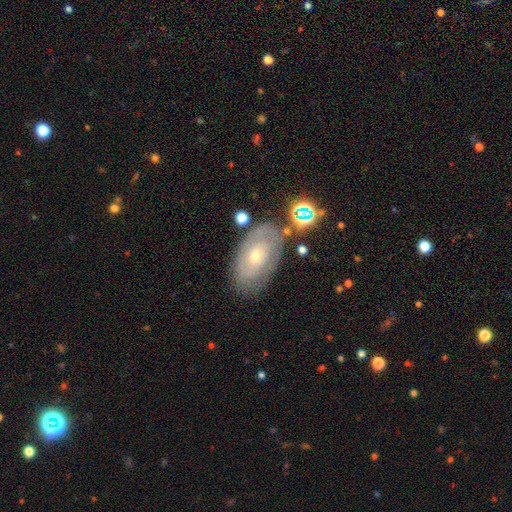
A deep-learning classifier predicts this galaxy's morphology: Smooth or featured?
  - featured or disk: 59% *
  - smooth: 31%
  - star or artifact: 10%
Edge-on disk?
  - no: 91% *
  - yes: 9%
Bar?
  - no: 81% *
  - weak: 15%
  - strong: 4%
Spiral arms?
  - yes: 57% *
  - no: 43%
Bulge size?
  - small: 57% *
  - moderate: 39%
  - large: 2%
  - none: 1%
  - dominant: 1%
Merging?
  - none: 70% *
  - minor disturbance: 18%
  - major disturbance: 7%
  - merger: 5%